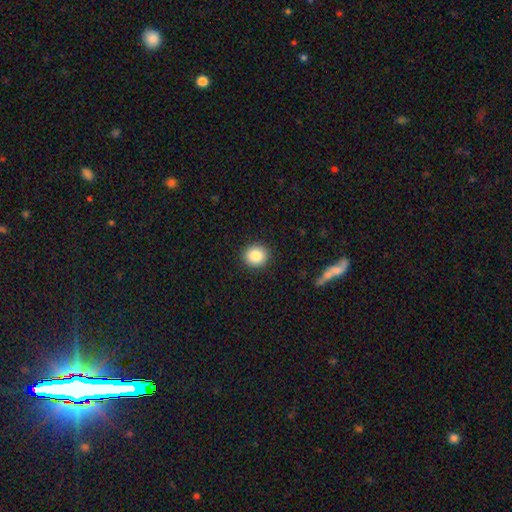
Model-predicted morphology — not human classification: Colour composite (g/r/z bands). It shows a smooth galaxy with no disk features (86%) that is round (87%). Merging: none (91%).